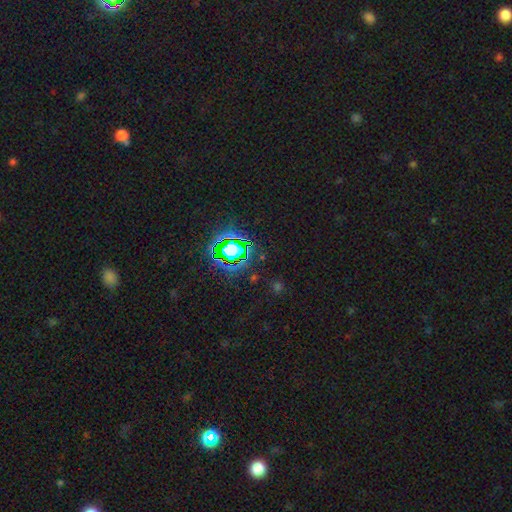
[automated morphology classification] star or artifact 80%, smooth 13%, featured or disk 7%.